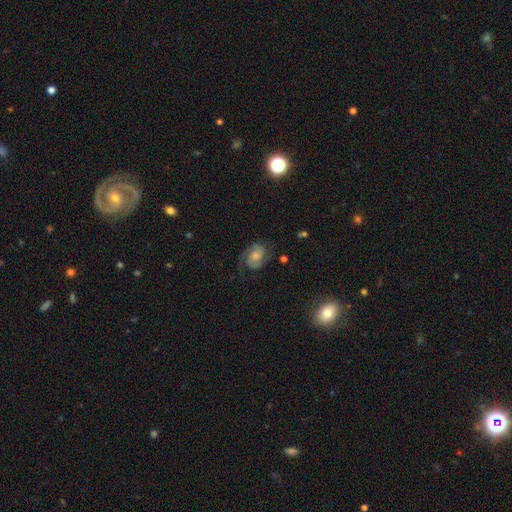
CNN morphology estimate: This appears to be a featured or disk galaxy (69%) with no bar (66%), 2 (83%) medium (48%) spiral arms (93%) and a moderate central bulge (44%). Merging: none (64%).